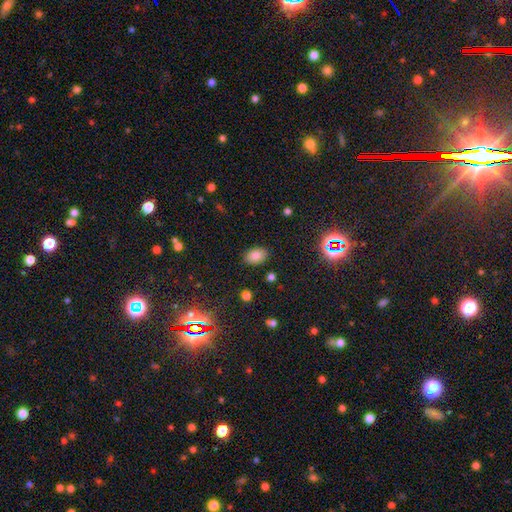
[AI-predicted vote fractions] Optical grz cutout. It shows a smooth galaxy with no disk features (82%) that is in between round and cigar-shaped (88%). Merging: none (87%).